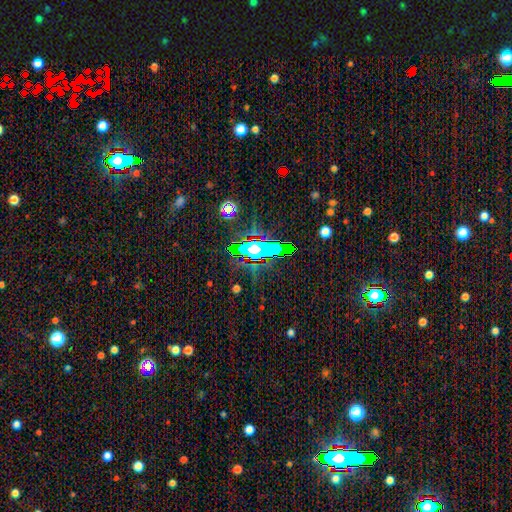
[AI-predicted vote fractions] star or artifact 64%, smooth 20%, featured or disk 17%.